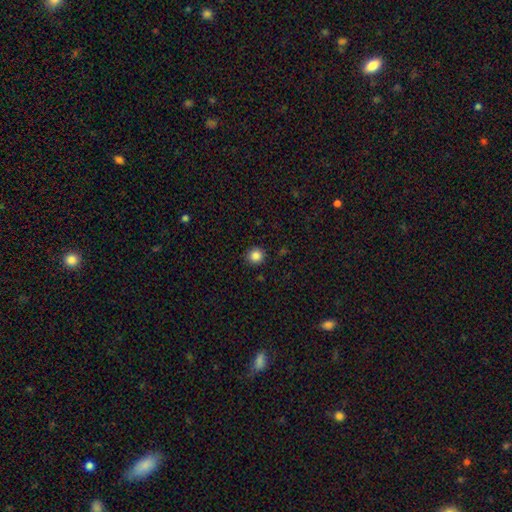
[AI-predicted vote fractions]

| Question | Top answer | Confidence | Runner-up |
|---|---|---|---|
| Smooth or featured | smooth | 85% | star or artifact (11%) |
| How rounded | round | 95% | in between (4%) |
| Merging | none | 91% | minor disturbance (6%) |